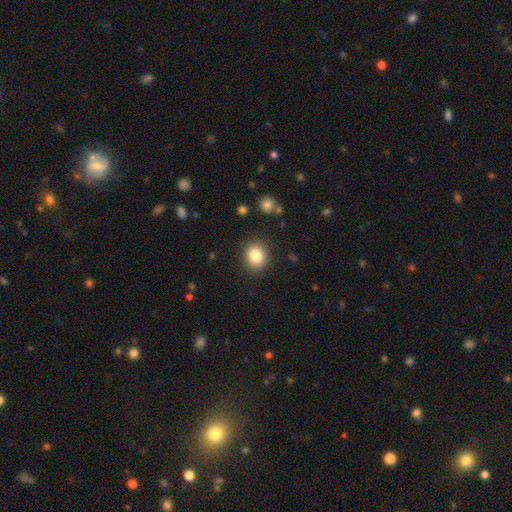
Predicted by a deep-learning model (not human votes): Morphology: type=smooth (83%); roundness=round (77%); merging=none (88%).